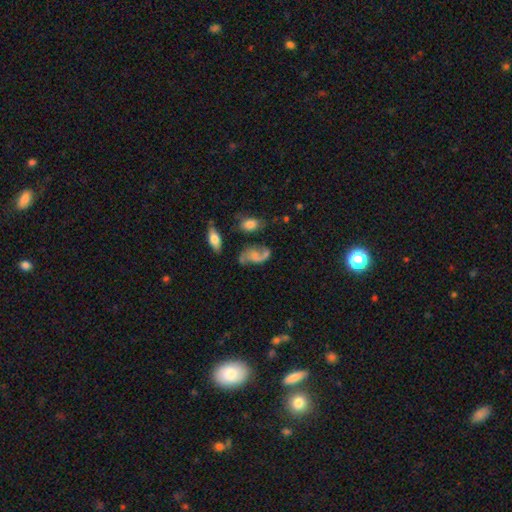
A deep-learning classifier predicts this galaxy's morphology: Smooth or featured? featured or disk (65%)
Edge-on disk? no (95%)
Bar? no (65%)
Spiral arms? yes (87%)
Spiral winding? loose (72%)
Spiral arm count? 2 (83%)
Bulge size? none (60%)
Merging? none (50%)